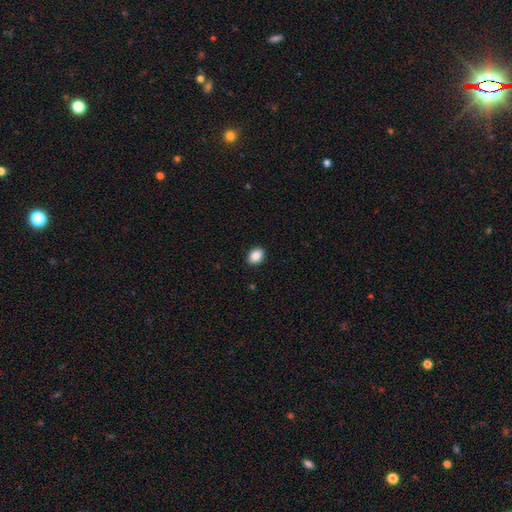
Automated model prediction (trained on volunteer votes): The model was most divided on "how rounded": in between: 73%, round: 26%, cigar-shaped: 1%. More confident: merging — none (90%); smooth or featured — smooth (89%).